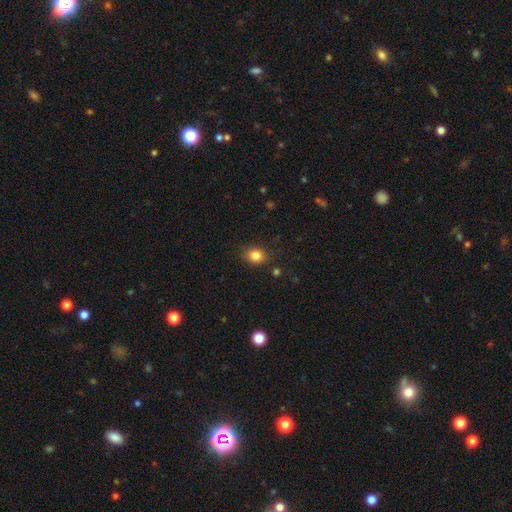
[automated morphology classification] Smooth or featured? Predicted: smooth (p=0.84). How rounded? Predicted: in between (p=0.51). Merging? Predicted: none (p=0.82).